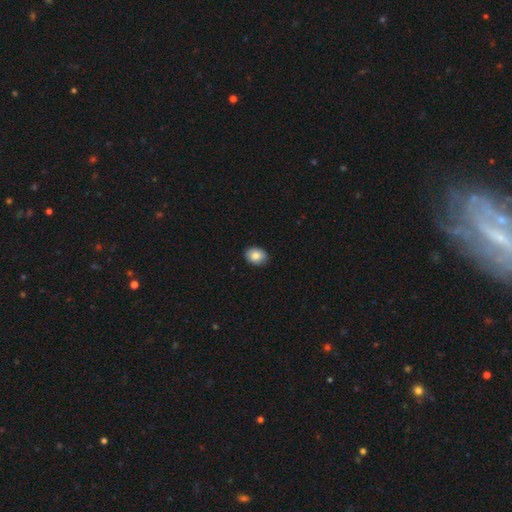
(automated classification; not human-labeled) A smooth galaxy with no disk features (84%) that is in between round and cigar-shaped (62%).

Vote fractions:
- Smooth or featured? smooth: 84% / featured or disk: 8% / star or artifact: 7%
- How rounded? in between: 62% / round: 37% / cigar-shaped: 1%
- Merging? none: 89% / minor disturbance: 9% / major disturbance: 2% / merger: 1%